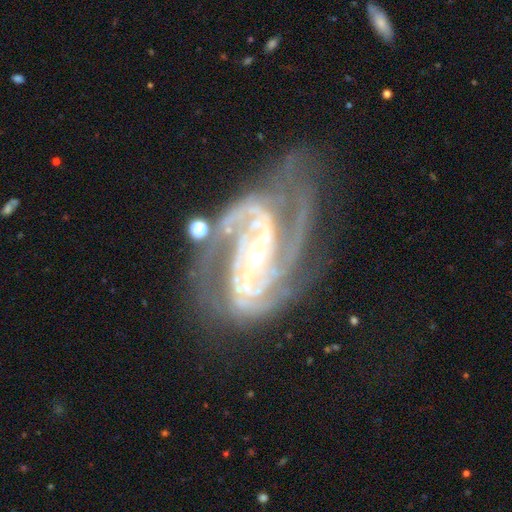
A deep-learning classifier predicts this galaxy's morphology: Smooth or featured? Predicted: featured or disk (p=0.92). Edge-on disk? Predicted: no (p=0.97). Bar? Predicted: strong (p=0.48). Spiral arms? Predicted: yes (p=0.98). Spiral winding? Predicted: tight (p=0.48). Spiral arm count? Predicted: 2 (p=0.39). Bulge size? Predicted: small (p=0.68). Merging? Predicted: none (p=0.53).